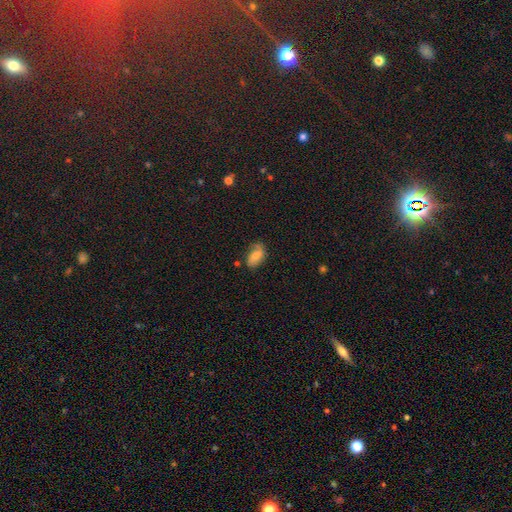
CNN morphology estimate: A smooth galaxy with no disk features (72%) that is in between round and cigar-shaped (91%).

Vote fractions:
- Smooth or featured? smooth: 72% / featured or disk: 19% / star or artifact: 9%
- How rounded? in between: 91% / round: 5% / cigar-shaped: 4%
- Merging? none: 56% / minor disturbance: 30% / major disturbance: 10% / merger: 4%